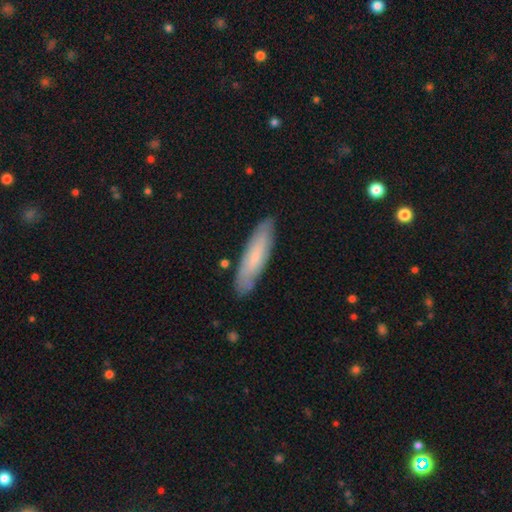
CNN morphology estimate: This is likely a smooth galaxy (64%). How rounded: likely cigar-shaped (71%). Merging: clearly none (85%).